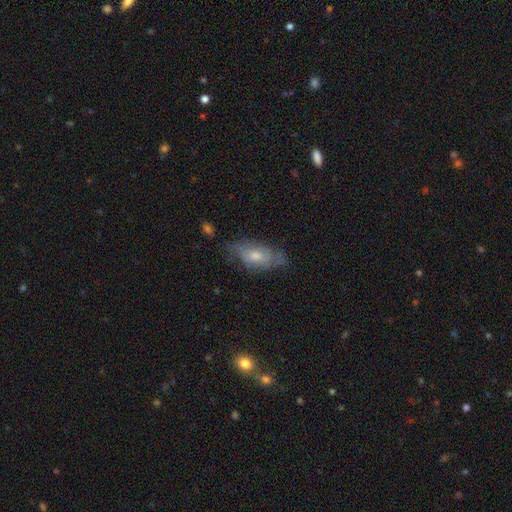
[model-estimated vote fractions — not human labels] The model was most divided on "smooth or featured": featured or disk: 55%, smooth: 36%, star or artifact: 9%. More confident: edge-on disk — no (86%); merging — none (60%).